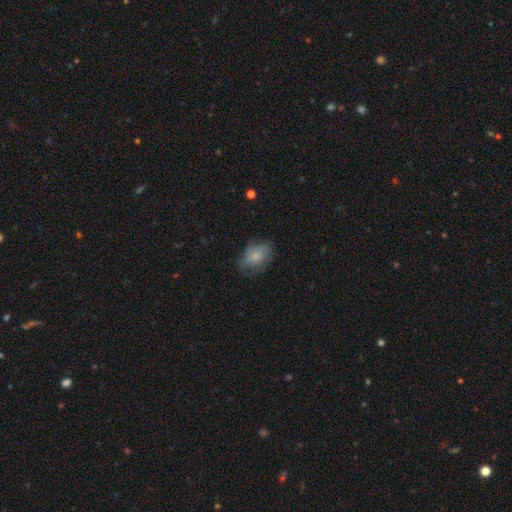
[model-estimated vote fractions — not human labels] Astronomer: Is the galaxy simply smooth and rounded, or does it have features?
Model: smooth — 75%.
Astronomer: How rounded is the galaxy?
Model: in between — 83%.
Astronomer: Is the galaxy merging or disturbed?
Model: none — 64%.